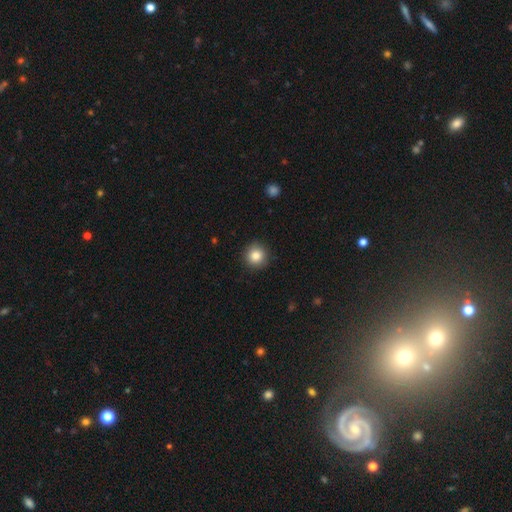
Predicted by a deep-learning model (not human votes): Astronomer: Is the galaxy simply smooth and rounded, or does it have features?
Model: smooth — 84%.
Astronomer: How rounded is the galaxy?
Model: round — 94%.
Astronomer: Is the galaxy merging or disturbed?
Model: none — 91%.